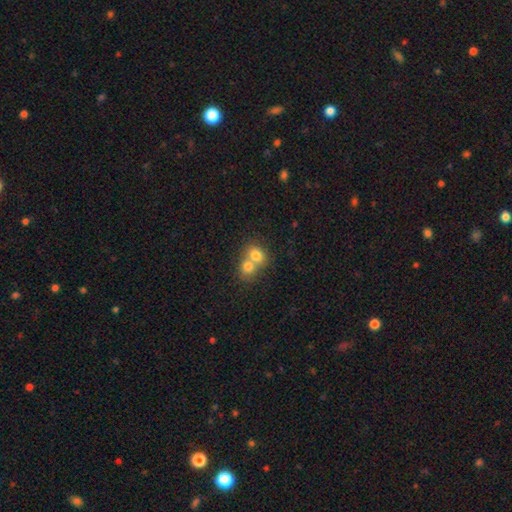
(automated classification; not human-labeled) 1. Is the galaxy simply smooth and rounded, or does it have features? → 76% smooth, 14% featured or disk, 10% star or artifact.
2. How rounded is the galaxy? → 62% round, 37% in between, 1% cigar-shaped.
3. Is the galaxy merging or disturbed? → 70% merger, 23% none, 5% minor disturbance, 2% major disturbance.